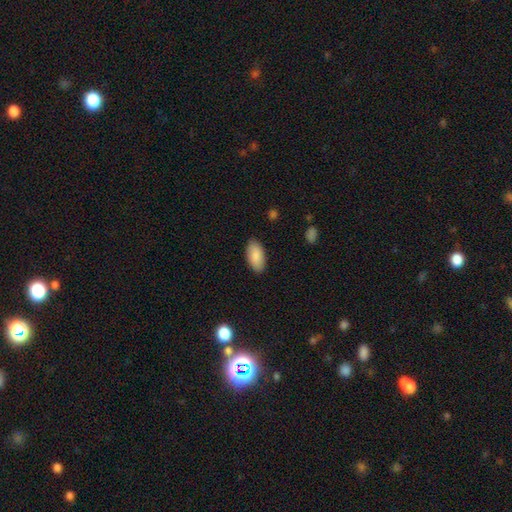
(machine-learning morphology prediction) The model was most divided on "merging": none: 87%, minor disturbance: 10%, major disturbance: 2%, merger: 1%. More confident: how rounded — in between (94%); smooth or featured — smooth (88%).